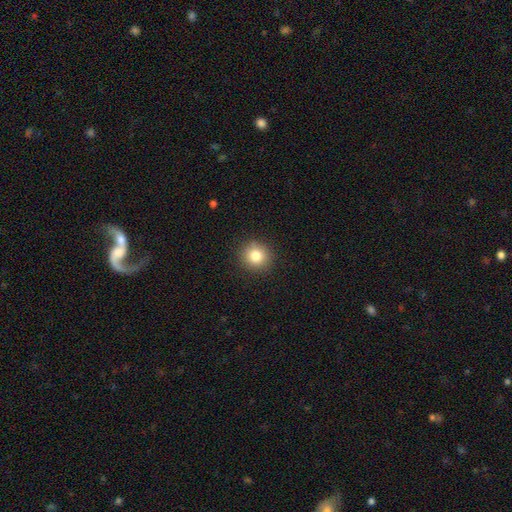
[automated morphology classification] smooth_or_featured: smooth (p=0.82) [alt: star or artifact p=0.11]
how_rounded: round (p=0.91) [alt: in between p=0.08]
merging: none (p=0.90) [alt: minor disturbance p=0.07]